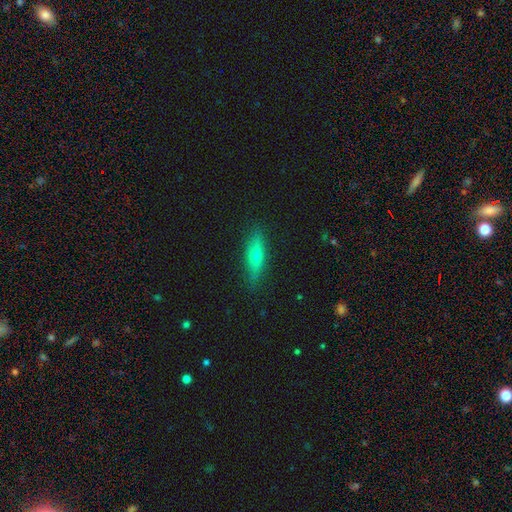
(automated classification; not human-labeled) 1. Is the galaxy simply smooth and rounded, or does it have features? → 46% smooth (tied), 46% featured or disk (tied), 8% star or artifact.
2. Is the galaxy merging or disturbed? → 87% none, 9% minor disturbance, 2% major disturbance, 1% merger.